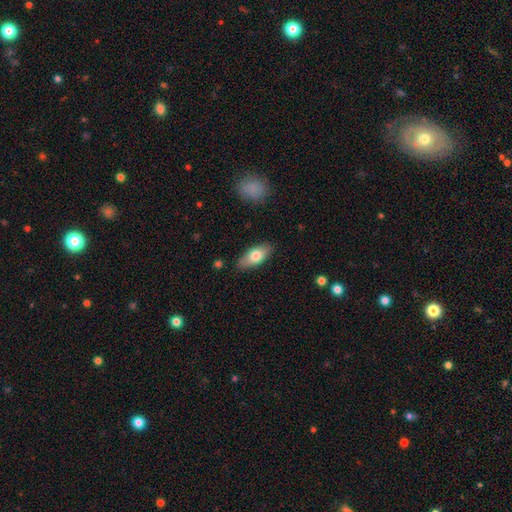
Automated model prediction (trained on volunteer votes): A smooth galaxy with no disk features (75%) that is in between round and cigar-shaped (83%).

Vote fractions:
- Smooth or featured? smooth: 75% / featured or disk: 19% / star or artifact: 6%
- How rounded? in between: 83% / cigar-shaped: 14% / round: 3%
- Merging? none: 84% / minor disturbance: 12% / major disturbance: 2% / merger: 1%